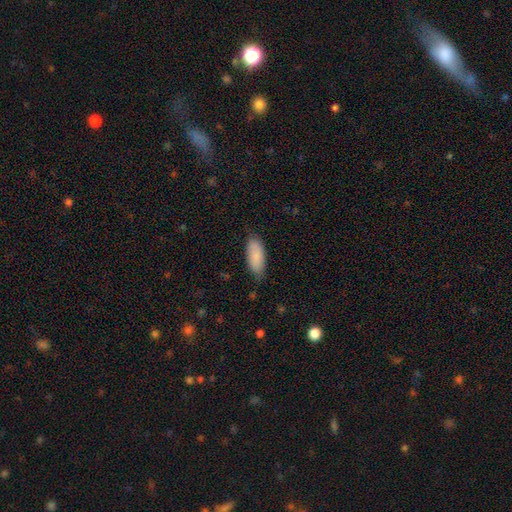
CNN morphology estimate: This appears to be a smooth galaxy with no disk features (88%) that is in between round and cigar-shaped (85%). Merging: none (76%).